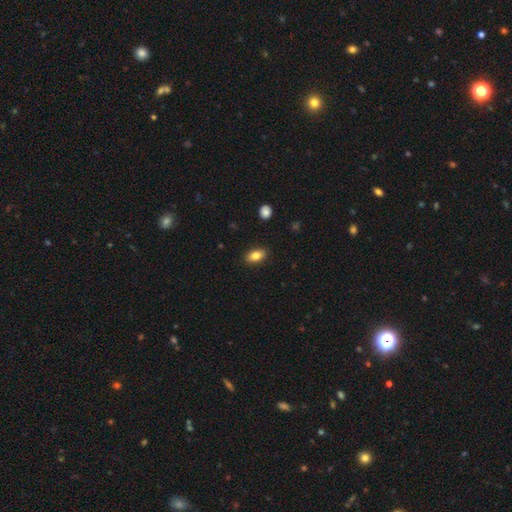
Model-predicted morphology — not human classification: A smooth galaxy with no disk features (83%) that is in between round and cigar-shaped (89%). Merging: none (89%).